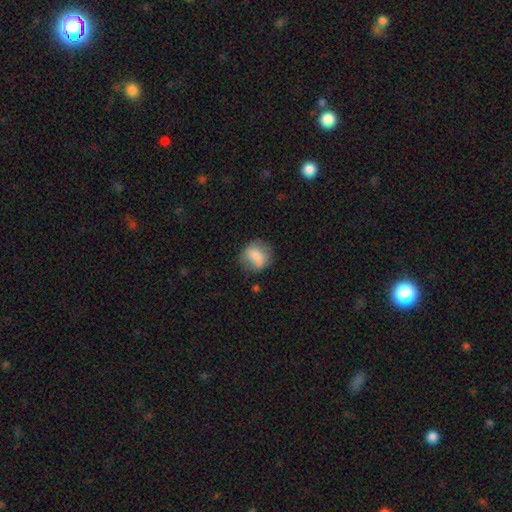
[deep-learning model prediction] The model was most divided on "merging": none: 61%, minor disturbance: 23%, major disturbance: 9%, merger: 7%. More confident: how rounded — round (76%); smooth or featured — smooth (72%).